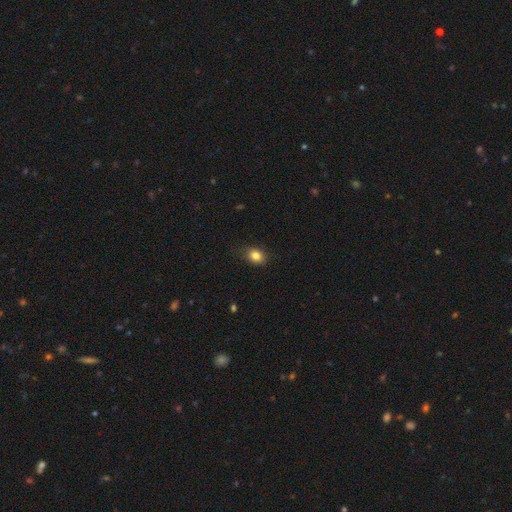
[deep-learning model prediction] This appears to be a smooth galaxy with no disk features (83%) that is in between round and cigar-shaped (56%). Merging: none (79%).